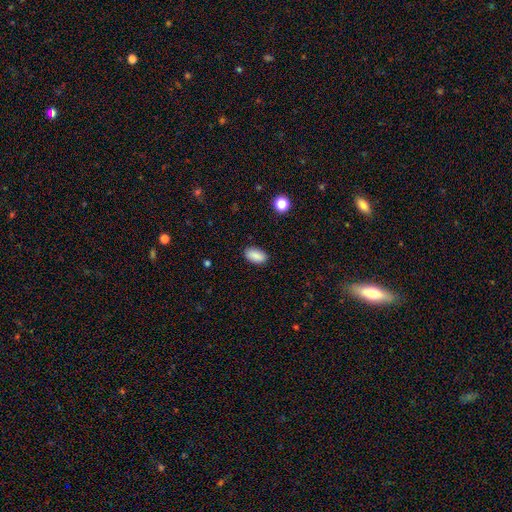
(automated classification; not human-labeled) smooth_or_featured: smooth (p=0.89) [alt: star or artifact p=0.08]
how_rounded: in between (p=0.93) [alt: round p=0.04]
merging: none (p=0.88) [alt: minor disturbance p=0.09]